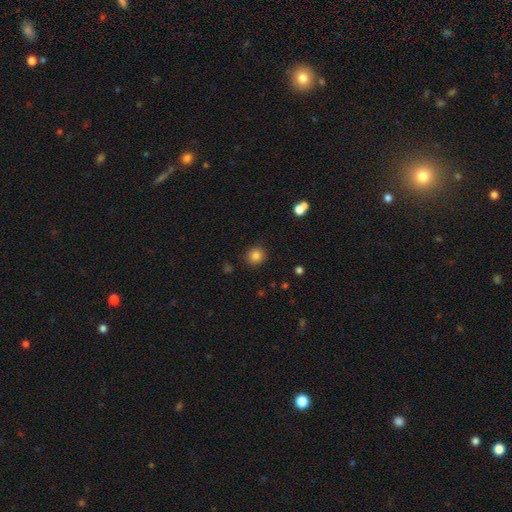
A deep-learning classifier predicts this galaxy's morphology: This appears to be a smooth galaxy with no disk features (83%) that is round (90%). Merging: none (89%).